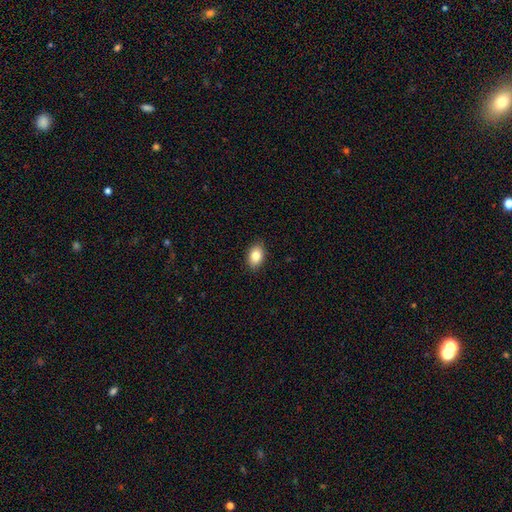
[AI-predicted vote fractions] Smooth or featured?
  - smooth: 84% *
  - featured or disk: 8%
  - star or artifact: 8%
How rounded?
  - in between: 84% *
  - round: 15%
  - cigar-shaped: 1%
Merging?
  - none: 89% *
  - minor disturbance: 9%
  - major disturbance: 2%
  - merger: 1%